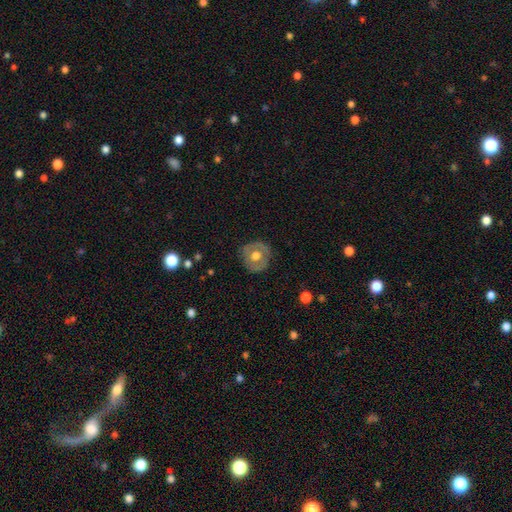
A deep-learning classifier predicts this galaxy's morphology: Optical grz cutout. It shows a smooth galaxy with no disk features (47%). Merging: none (82%).